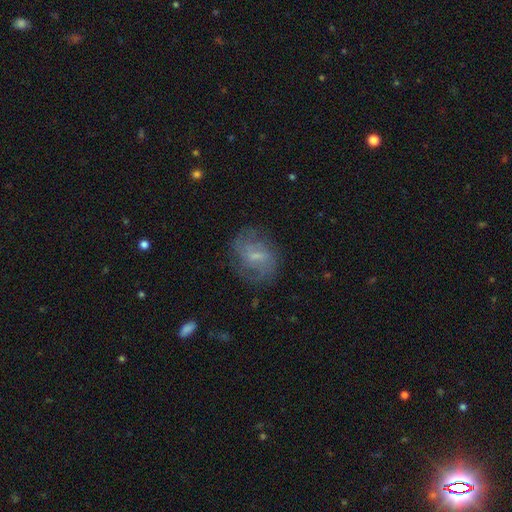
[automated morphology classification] Smooth or featured? featured or disk (66%)
Edge-on disk? no (97%)
Bar? weak (57%)
Spiral arms? yes (83%)
Spiral winding? medium (43%)
Spiral arm count? 2 (38%)
Bulge size? small (53%)
Merging? none (66%)